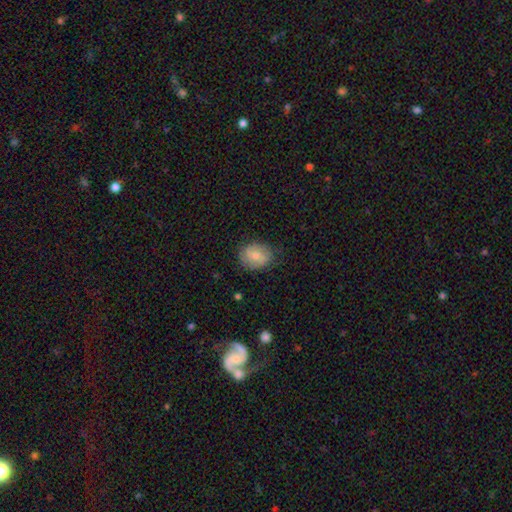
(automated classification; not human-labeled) This appears to be a smooth galaxy with no disk features (56%) that is round (53%). Merging: none (77%).